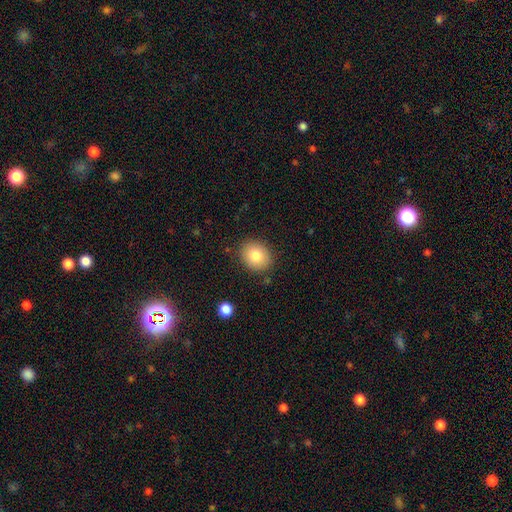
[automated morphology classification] Overall: smooth (82%). How rounded: round (59%; in between 41%). Merging: none (86%).